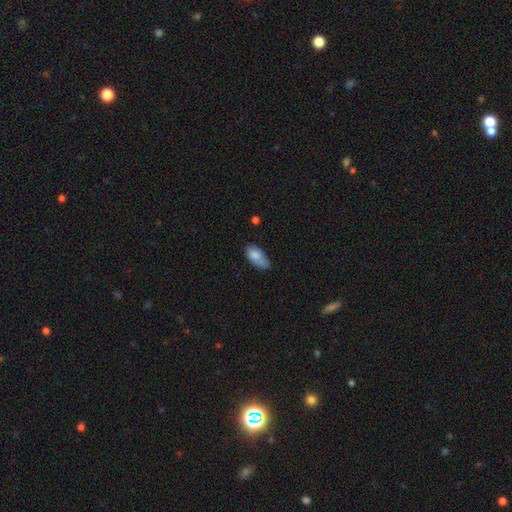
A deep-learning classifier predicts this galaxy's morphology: type=smooth (83%); roundness=in between (89%); merging=none (51%).